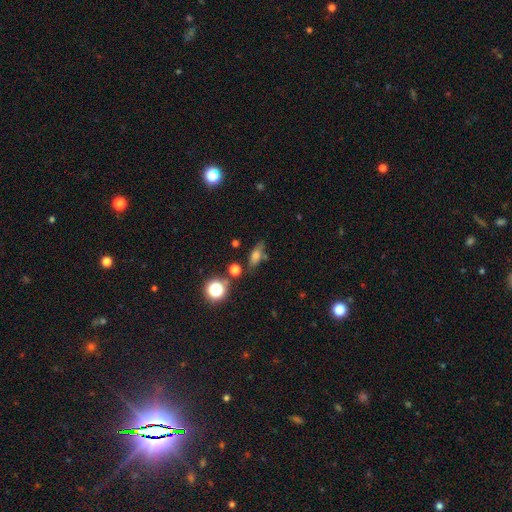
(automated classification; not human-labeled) The model was most divided on "how rounded": in between: 67%, cigar-shaped: 20%, round: 13%. More confident: merging — none (69%); smooth or featured — smooth (66%).